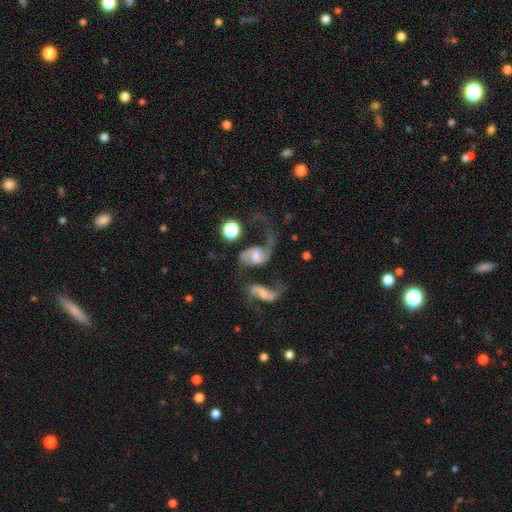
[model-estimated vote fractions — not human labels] Morphology: type=featured or disk (74%); edge-on=no (96%); bar=weak (46%); spiral arms=yes (90%); winding=loose (72%); arm count=2 (70%); bulge=moderate (42%); merging=merger (36%).